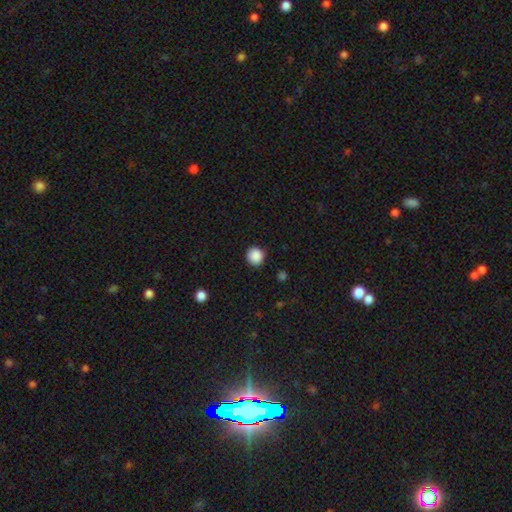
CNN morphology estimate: A smooth galaxy with no disk features (88%) that is round (92%). Merging: none (89%).